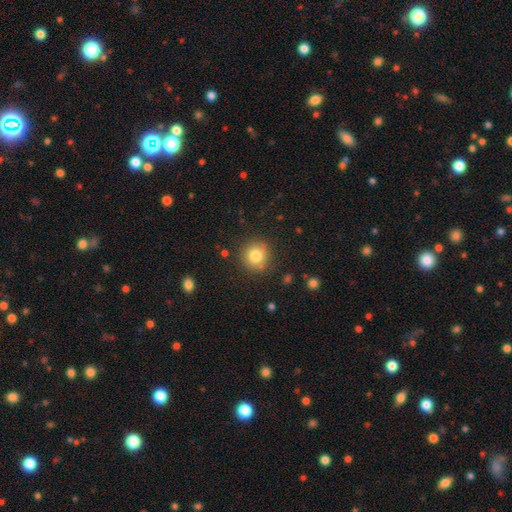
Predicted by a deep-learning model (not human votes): Q: Smooth or featured?
A: smooth (81%); runner-up: star or artifact (11%)
Q: How rounded?
A: round (91%); runner-up: in between (8%)
Q: Merging?
A: none (85%); runner-up: minor disturbance (10%)